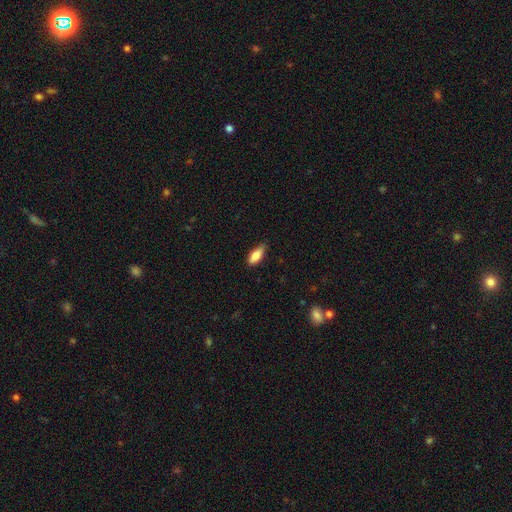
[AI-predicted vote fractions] A smooth galaxy with no disk features (83%) that is in between round and cigar-shaped (77%).

Vote fractions:
- Smooth or featured? smooth: 83% / featured or disk: 11% / star or artifact: 7%
- How rounded? in between: 77% / cigar-shaped: 21% / round: 2%
- Merging? none: 77% / minor disturbance: 19% / major disturbance: 3% / merger: 1%